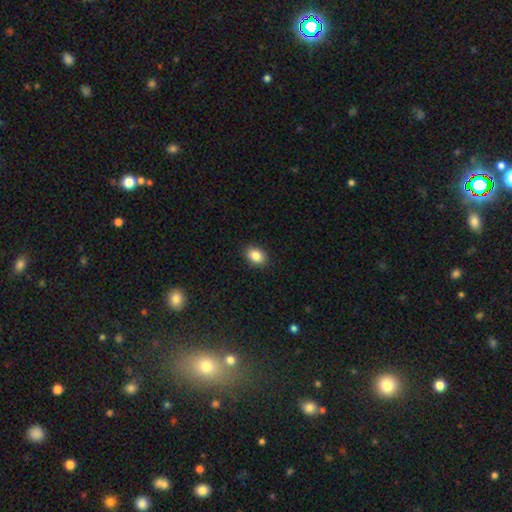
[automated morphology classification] A smooth galaxy with no disk features (86%) that is in between round and cigar-shaped (75%). Merging: none (89%).